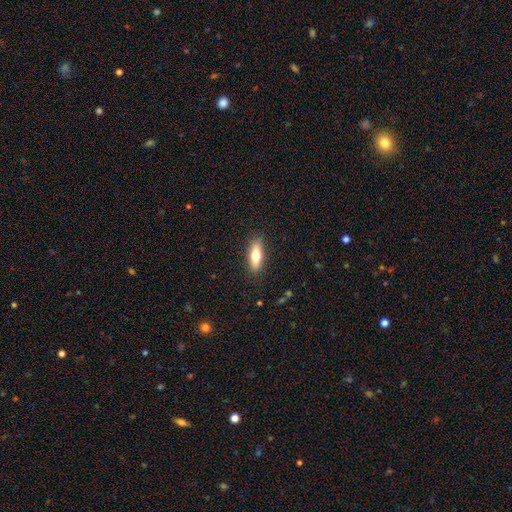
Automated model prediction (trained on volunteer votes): A smooth galaxy with no disk features (68%) that is in between round and cigar-shaped (59%). Merging: none (87%).